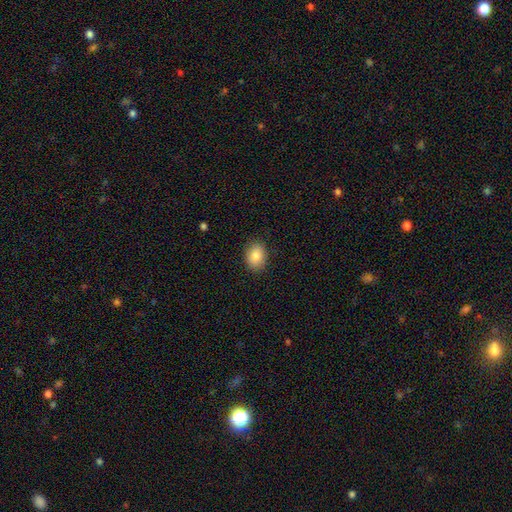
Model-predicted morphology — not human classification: Smooth or featured: smooth — 84% (star or artifact — 8%)
How rounded: in between — 70% (round — 29%)
Merging: none — 88% (minor disturbance — 9%)